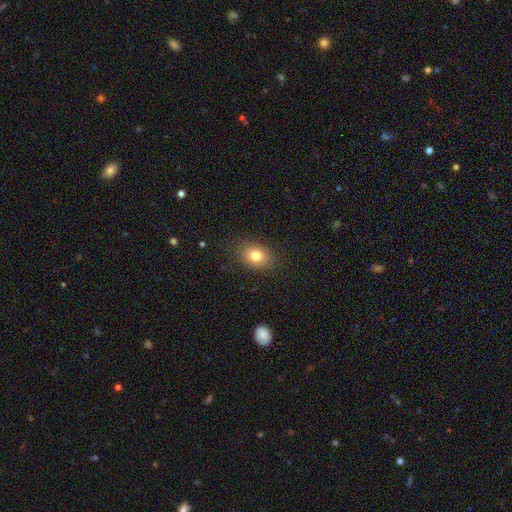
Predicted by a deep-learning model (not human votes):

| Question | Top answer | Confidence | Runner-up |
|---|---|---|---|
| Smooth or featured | smooth | 79% | star or artifact (11%) |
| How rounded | in between | 62% | round (37%) |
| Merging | none | 85% | minor disturbance (11%) |